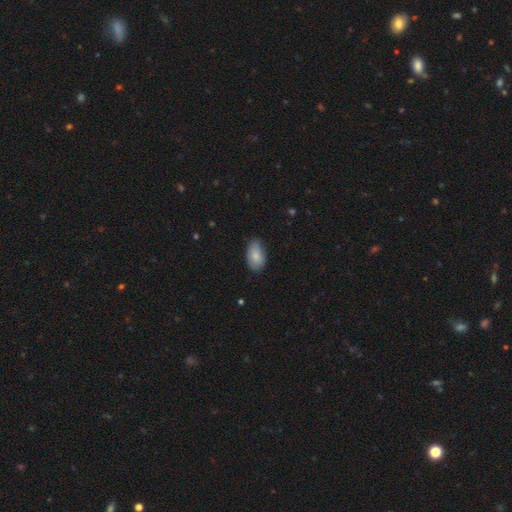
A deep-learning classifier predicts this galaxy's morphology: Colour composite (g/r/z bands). It shows a smooth galaxy with no disk features (83%) that is in between round and cigar-shaped (93%). Merging: none (71%).